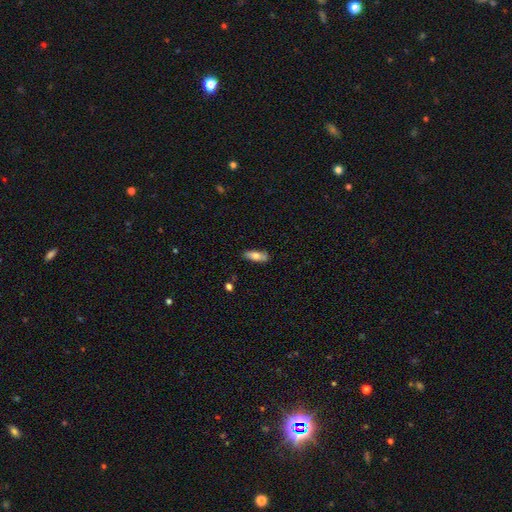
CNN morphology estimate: A smooth galaxy with no disk features (71%) that is in between round and cigar-shaped (65%).

Vote fractions:
- Smooth or featured? smooth: 71% / featured or disk: 22% / star or artifact: 7%
- How rounded? in between: 65% / cigar-shaped: 32% / round: 2%
- Merging? none: 79% / minor disturbance: 17% / major disturbance: 3% / merger: 2%